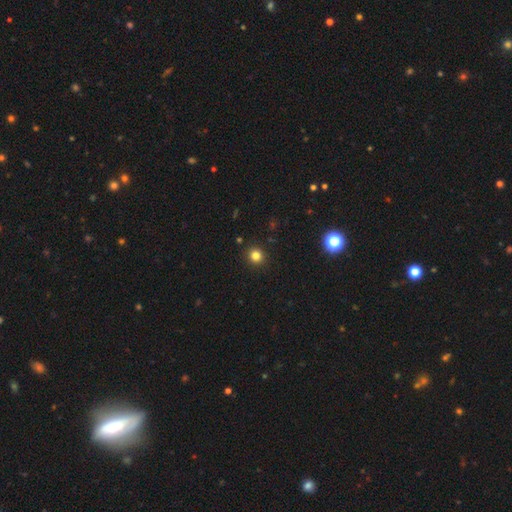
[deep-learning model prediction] This is clearly a smooth galaxy (81%). How rounded: clearly round (91%). Merging: clearly none (92%).